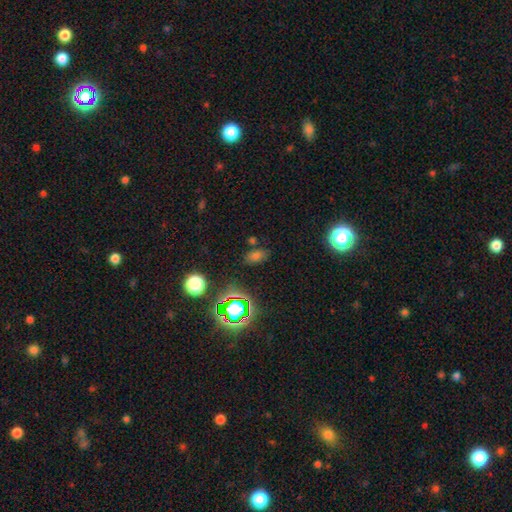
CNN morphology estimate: Smooth or featured? Predicted: smooth (p=0.59). How rounded? Predicted: in between (p=0.78). Merging? Predicted: none (p=0.80).